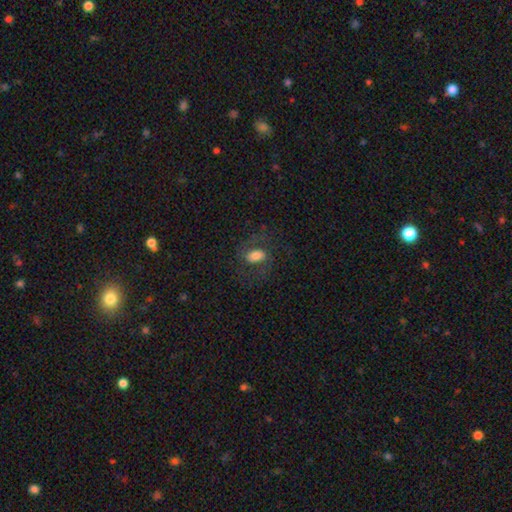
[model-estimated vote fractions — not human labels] smooth 58%, featured or disk 31%, star or artifact 11%. Down the decision tree: how rounded — in between (83%); merging — none (63%).